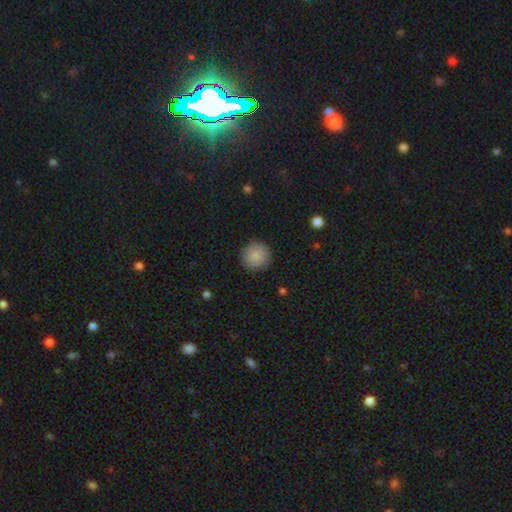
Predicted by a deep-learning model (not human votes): Smooth or featured? Predicted: smooth (p=0.88). How rounded? Predicted: round (p=0.95). Merging? Predicted: none (p=0.91).